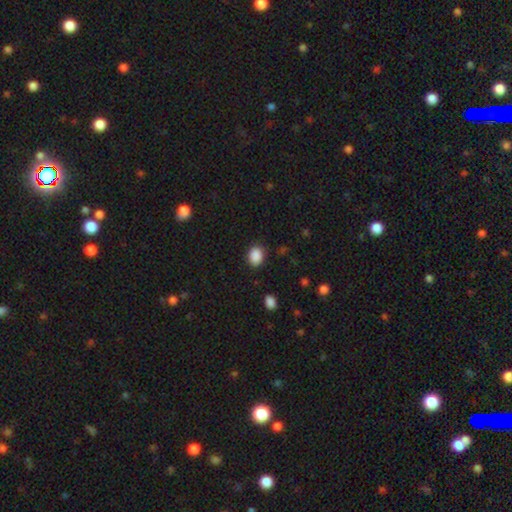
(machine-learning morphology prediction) smooth_or_featured: smooth (p=0.89) [alt: star or artifact p=0.09]
how_rounded: in between (p=0.54) [alt: round p=0.45]
merging: none (p=0.85) [alt: minor disturbance p=0.10]